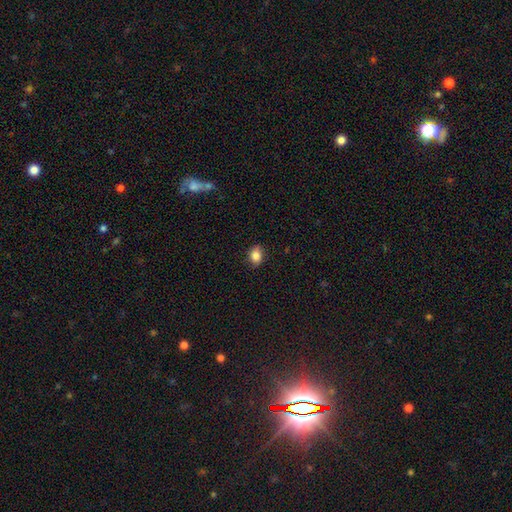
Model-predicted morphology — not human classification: smooth-or-featured: smooth: 84% | star or artifact: 9% | featured or disk: 7%
  how-rounded: in between: 64% | round: 35% | cigar-shaped: 1%
  merging: none: 82% | minor disturbance: 14% | major disturbance: 3% | merger: 1%